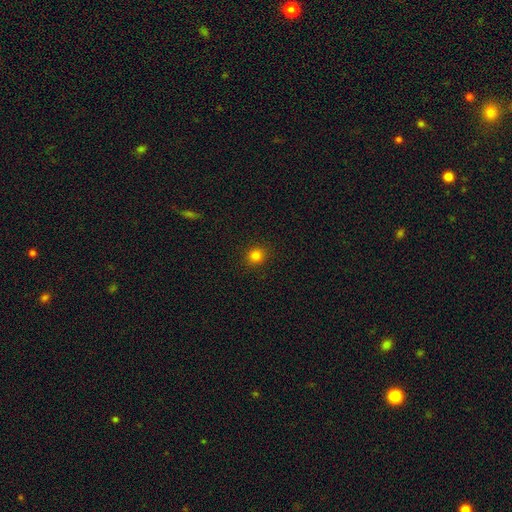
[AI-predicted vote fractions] This appears to be a smooth galaxy with no disk features (81%) that is round (86%). Merging: none (91%).